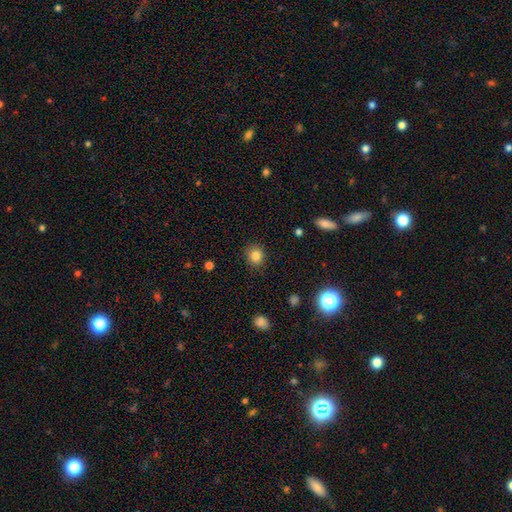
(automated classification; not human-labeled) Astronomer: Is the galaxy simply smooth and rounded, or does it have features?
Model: smooth — 83%.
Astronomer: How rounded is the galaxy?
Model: round — 82%.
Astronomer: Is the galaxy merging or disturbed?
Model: none — 88%.